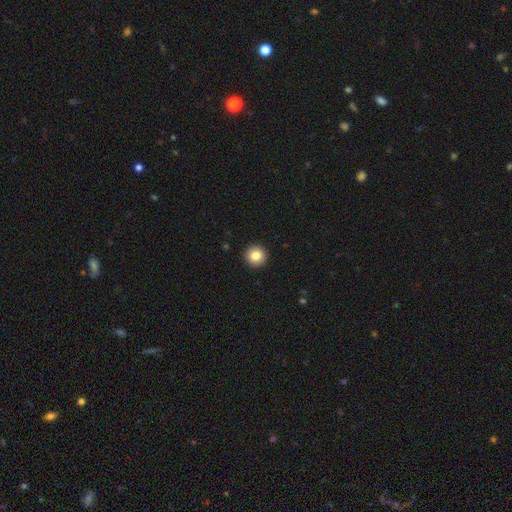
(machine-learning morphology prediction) A smooth galaxy with no disk features (84%) that is round (96%). Merging: none (94%).